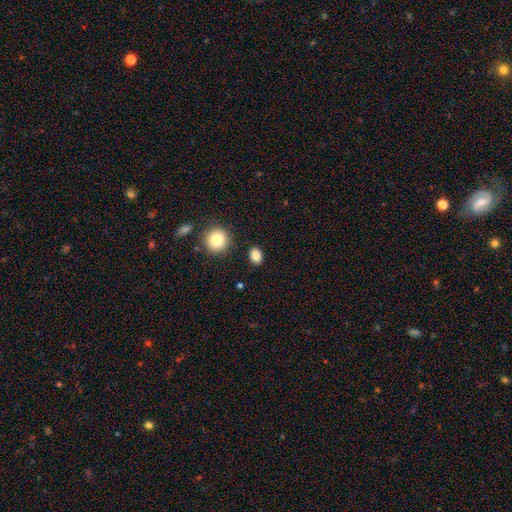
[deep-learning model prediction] Smooth or featured: smooth — 85% (star or artifact — 10%)
How rounded: in between — 69% (round — 30%)
Merging: none — 87% (minor disturbance — 8%)